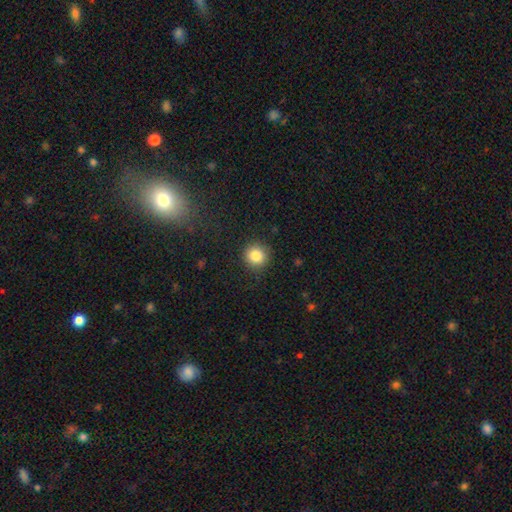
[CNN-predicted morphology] type=smooth (84%); roundness=round (94%); merging=none (90%).